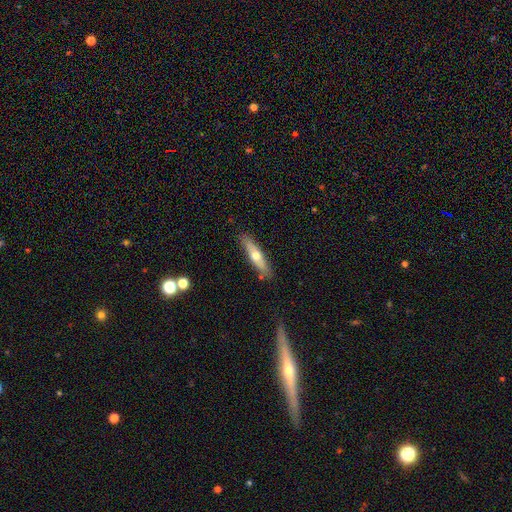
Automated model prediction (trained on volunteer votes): Q: Smooth or featured?
A: smooth (49%); runner-up: featured or disk (45%)
Q: Merging?
A: none (84%); runner-up: minor disturbance (11%)